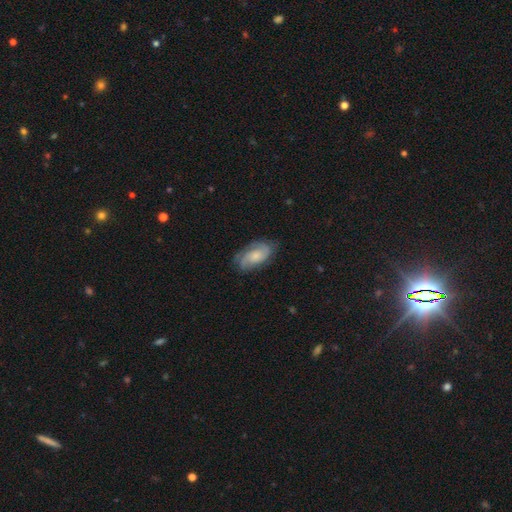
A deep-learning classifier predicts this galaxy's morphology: Smooth or featured? Predicted: featured or disk (p=0.64). Edge-on disk? Predicted: no (p=0.95). Bar? Predicted: no (p=0.71). Spiral arms? Predicted: yes (p=0.92). Spiral winding? Predicted: tight (p=0.43). Spiral arm count? Predicted: 2 (p=0.49). Bulge size? Predicted: small (p=0.41). Merging? Predicted: none (p=0.71).